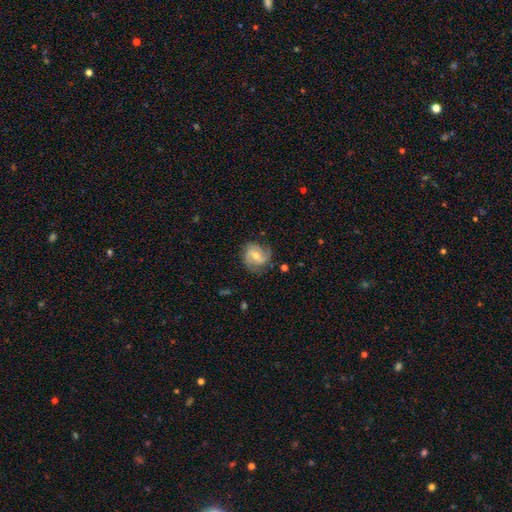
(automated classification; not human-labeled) Morphology: type=featured or disk (71%); edge-on=no (97%); bar=weak (46%); spiral arms=yes (91%); winding=medium (45%); arm count=2 (63%); bulge=moderate (61%); merging=none (73%).